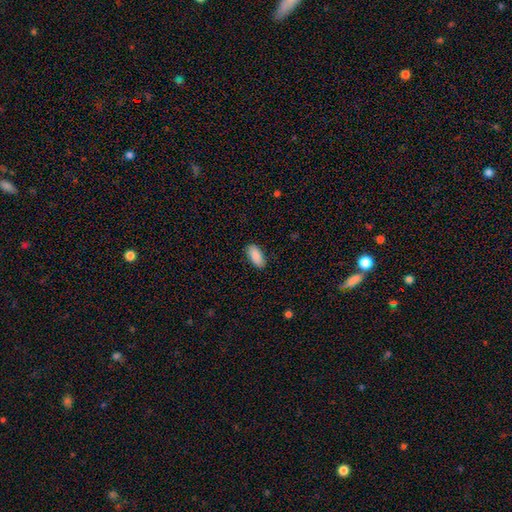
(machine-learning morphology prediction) Overall: smooth (90%). How rounded: in between (92%). Merging: none (86%).